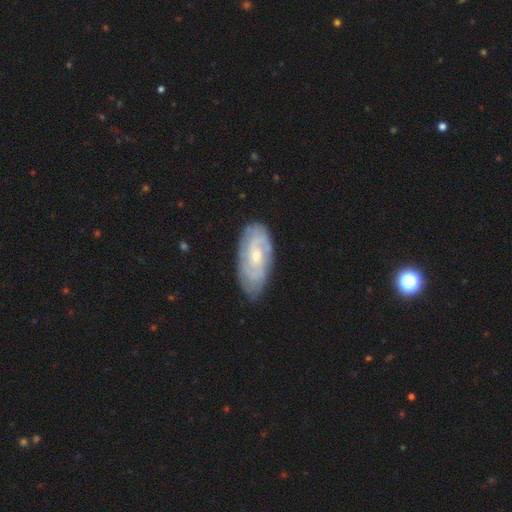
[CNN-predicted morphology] The model was most divided on "bulge size": moderate: 50%, small: 43%, large: 3%, none: 2%, dominant: 1%. Remaining: edge-on disk — no (93%); spiral arms — yes (90%); merging — none (75%); smooth or featured — featured or disk (75%); bar — no (64%); spiral winding — tight (63%); spiral arm count — can't tell (41%).